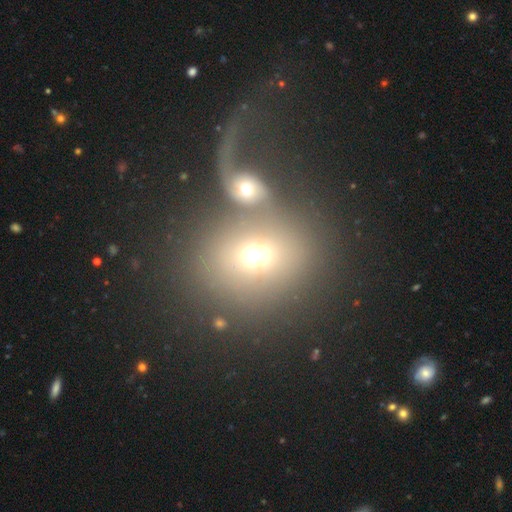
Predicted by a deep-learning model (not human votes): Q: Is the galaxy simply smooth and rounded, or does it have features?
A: smooth — 60%.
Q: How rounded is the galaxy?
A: round — 66%.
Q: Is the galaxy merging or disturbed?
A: merger — 50%.